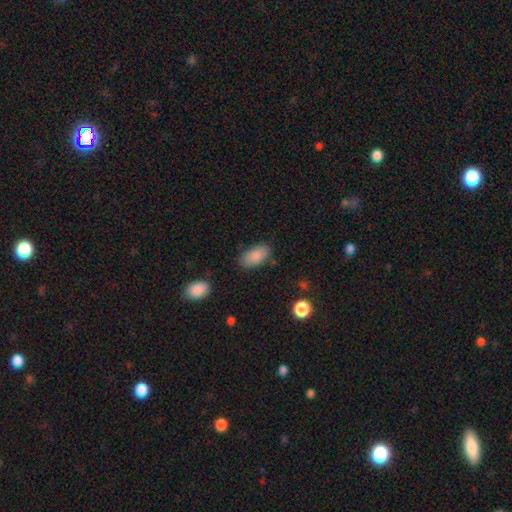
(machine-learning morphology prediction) Smooth or featured?
  - smooth: 88% *
  - star or artifact: 7%
  - featured or disk: 5%
How rounded?
  - in between: 93% *
  - cigar-shaped: 4%
  - round: 3%
Merging?
  - none: 83% *
  - minor disturbance: 12%
  - major disturbance: 3%
  - merger: 2%